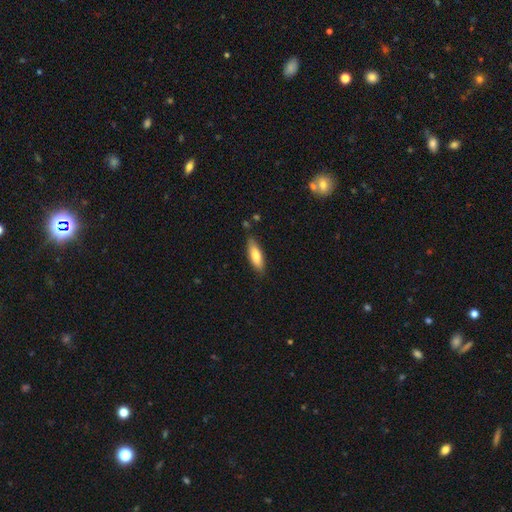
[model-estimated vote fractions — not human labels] Smooth or featured: smooth — 79% (featured or disk — 16%)
How rounded: in between — 54% (cigar-shaped — 44%)
Merging: none — 80% (minor disturbance — 15%)